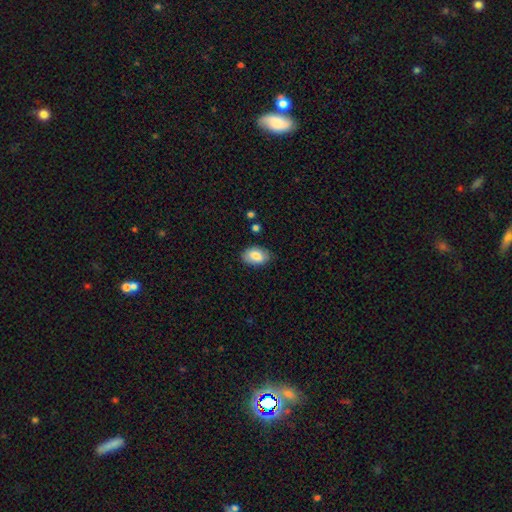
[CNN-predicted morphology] This appears to be a smooth galaxy with no disk features (79%) that is in between round and cigar-shaped (90%). Merging: none (80%).